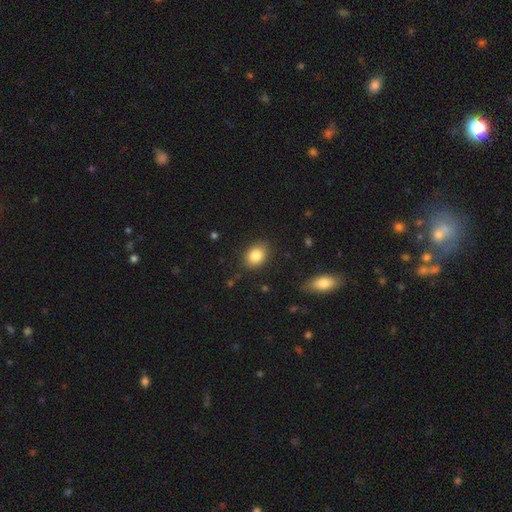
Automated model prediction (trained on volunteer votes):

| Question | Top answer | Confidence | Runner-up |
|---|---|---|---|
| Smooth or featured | smooth | 83% | star or artifact (9%) |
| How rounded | in between | 61% | round (38%) |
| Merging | none | 86% | minor disturbance (10%) |